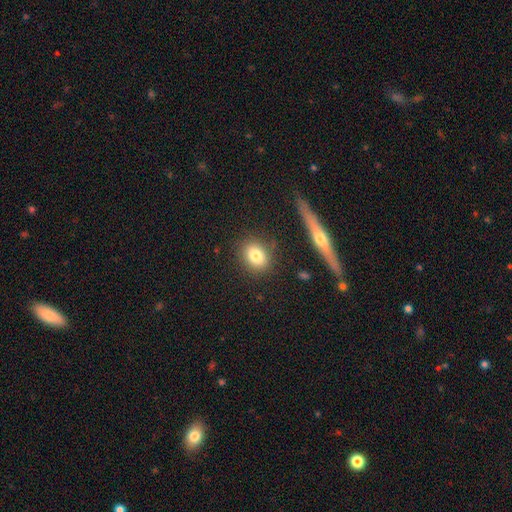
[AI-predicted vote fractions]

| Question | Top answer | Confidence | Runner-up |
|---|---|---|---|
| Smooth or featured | smooth | 80% | featured or disk (10%) |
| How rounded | round | 55% | in between (43%) |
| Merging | none | 83% | minor disturbance (10%) |